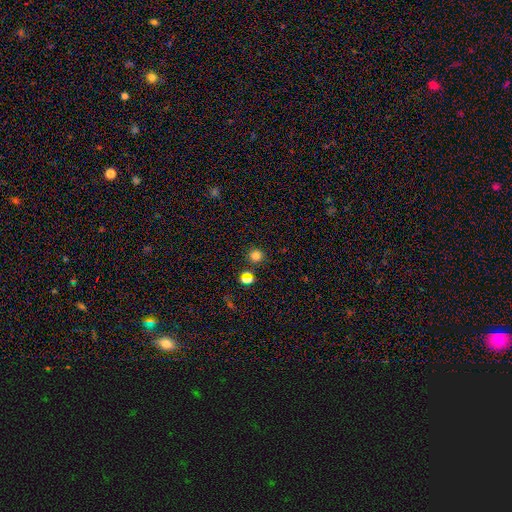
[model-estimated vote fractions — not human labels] Q: Smooth or featured?
A: smooth (79%); runner-up: star or artifact (17%)
Q: How rounded?
A: round (93%); runner-up: in between (6%)
Q: Merging?
A: none (84%); runner-up: minor disturbance (7%)